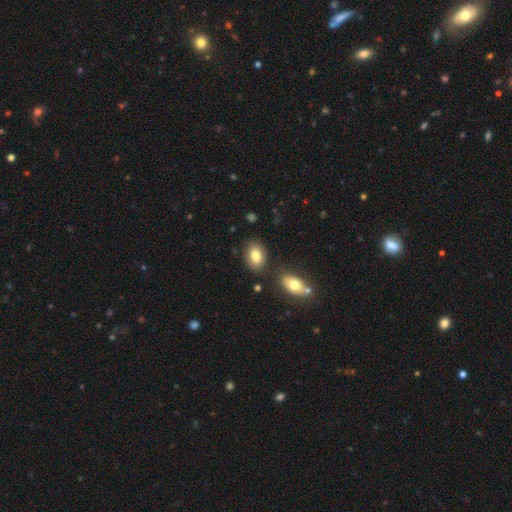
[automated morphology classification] smooth 81%, featured or disk 12%, star or artifact 8%. Down the decision tree: how rounded — in between (88%); merging — none (78%).